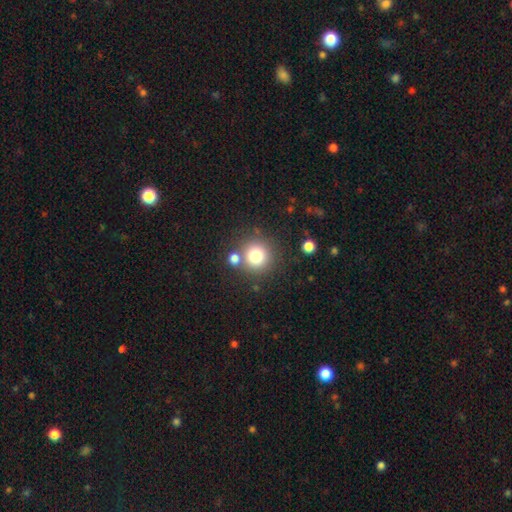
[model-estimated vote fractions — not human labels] The model was most divided on "merging": none: 74%, merger: 14%, minor disturbance: 8%, major disturbance: 4%. More confident: how rounded — round (93%); smooth or featured — smooth (78%).